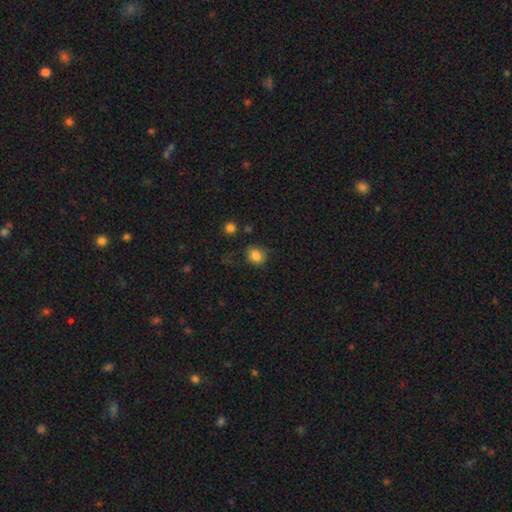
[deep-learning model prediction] The model was most divided on "how rounded": round: 69%, in between: 30%, cigar-shaped: 1%. More confident: smooth or featured — smooth (84%); merging — none (77%).